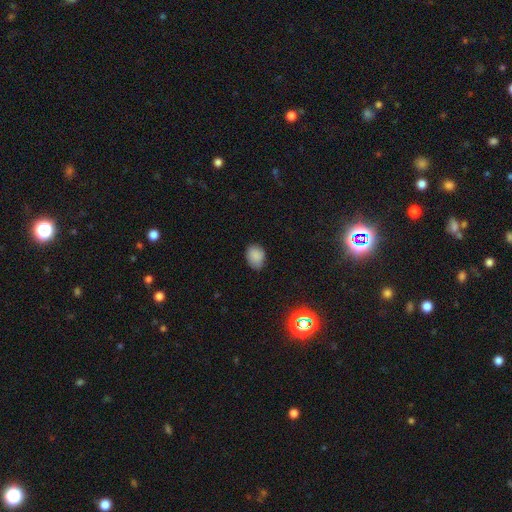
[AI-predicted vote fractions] smooth_or_featured: smooth (p=0.85) [alt: star or artifact p=0.10]
how_rounded: in between (p=0.63) [alt: round p=0.36]
merging: none (p=0.76) [alt: minor disturbance p=0.19]